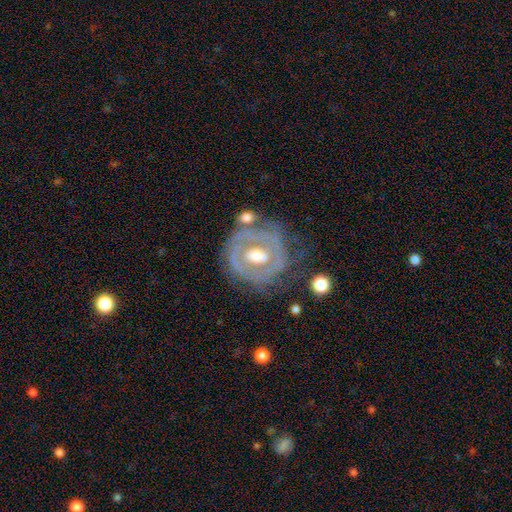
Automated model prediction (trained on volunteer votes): A featured or disk galaxy (77%) with no bar (64%), spiral arms (51%) and a moderate central bulge (70%). Merging: none (56%).